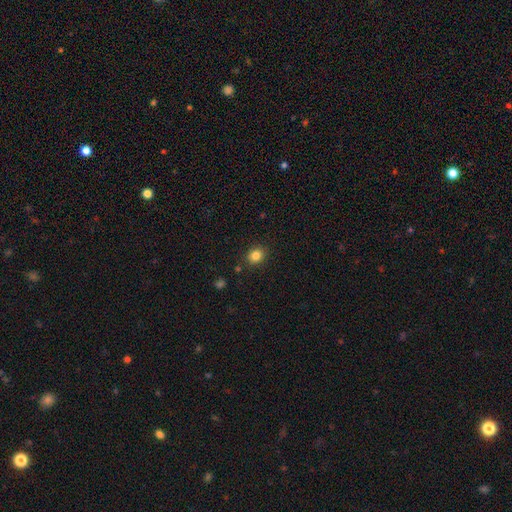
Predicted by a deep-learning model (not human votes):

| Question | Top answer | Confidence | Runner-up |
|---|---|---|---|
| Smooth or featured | smooth | 83% | star or artifact (11%) |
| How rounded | round | 67% | in between (32%) |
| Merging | none | 87% | minor disturbance (8%) |